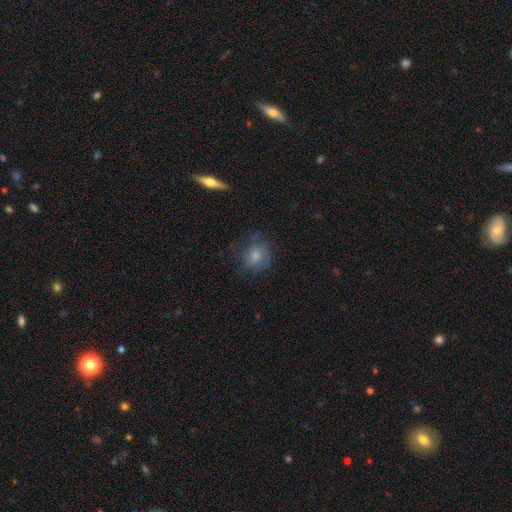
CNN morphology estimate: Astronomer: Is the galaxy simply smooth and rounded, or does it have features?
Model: smooth — 69%.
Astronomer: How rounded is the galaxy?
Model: round — 77%.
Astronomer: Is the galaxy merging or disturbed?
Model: none — 60%.